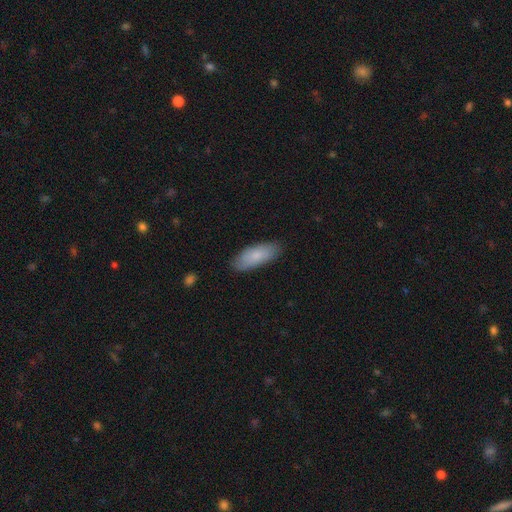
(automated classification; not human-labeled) Smooth or featured? Predicted: smooth (p=0.78). How rounded? Predicted: in between (p=0.79). Merging? Predicted: none (p=0.83).